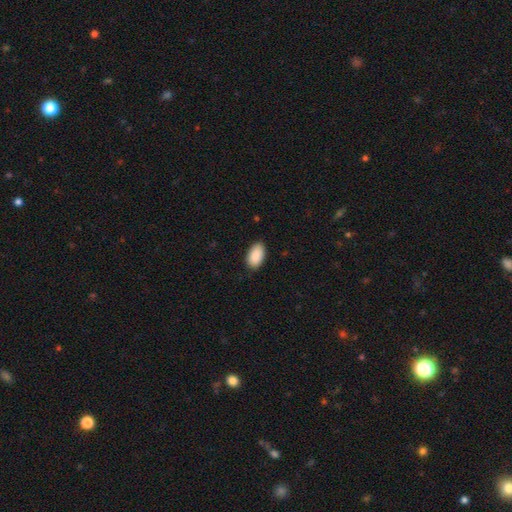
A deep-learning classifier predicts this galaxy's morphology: Smooth or featured: smooth — 91% (star or artifact — 6%)
How rounded: in between — 95% (round — 3%)
Merging: none — 86% (minor disturbance — 11%)